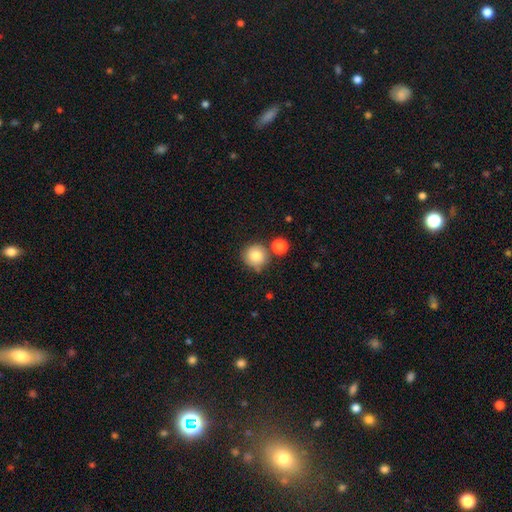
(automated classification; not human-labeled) Overall: smooth (81%). How rounded: round (93%). Merging: none (74%).